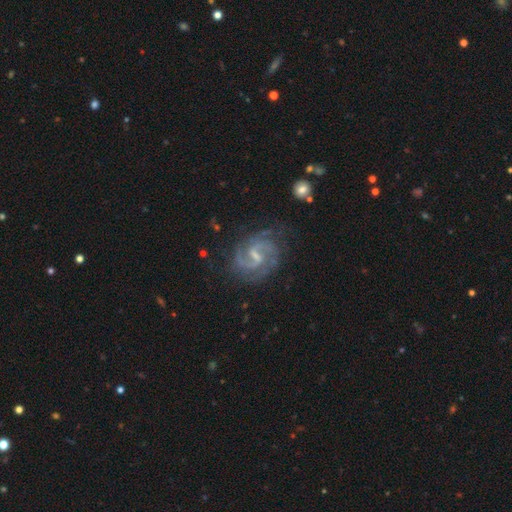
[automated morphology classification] This is clearly a featured or disk galaxy (90%). It is clearly not viewed edge-on (98%). Bar: likely weak (62%). Spiral arm pattern: clearly yes (98%). Spiral arm count: likely 2 (78%). Spiral winding: possibly medium (57%). Central bulge: possibly small (55%). Merging: likely none (73%).